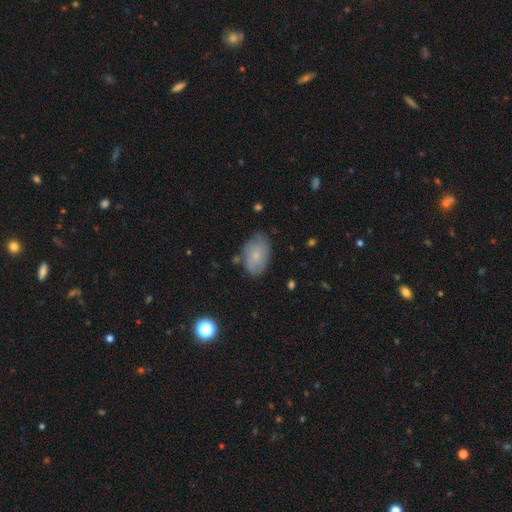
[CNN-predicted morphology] smooth_or_featured: smooth (p=0.68) [alt: featured or disk p=0.24]
how_rounded: in between (p=0.89) [alt: round p=0.10]
merging: none (p=0.70) [alt: minor disturbance p=0.22]